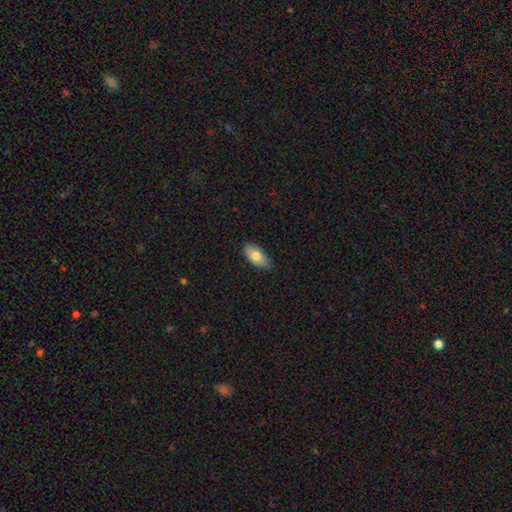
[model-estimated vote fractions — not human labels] The model was most divided on "smooth or featured": smooth: 75%, featured or disk: 18%, star or artifact: 7%. More confident: how rounded — in between (91%); merging — none (82%).